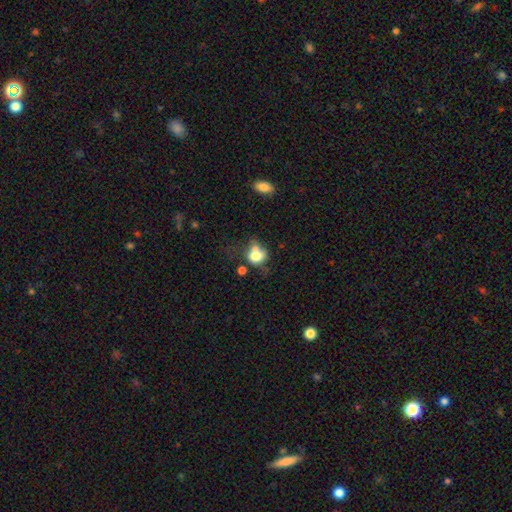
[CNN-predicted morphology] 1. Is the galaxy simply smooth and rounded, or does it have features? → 73% smooth, 16% featured or disk, 11% star or artifact.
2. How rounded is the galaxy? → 56% round, 43% in between, 1% cigar-shaped.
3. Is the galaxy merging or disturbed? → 30% none (tied), 30% merger (tied), 21% minor disturbance, 18% major disturbance.